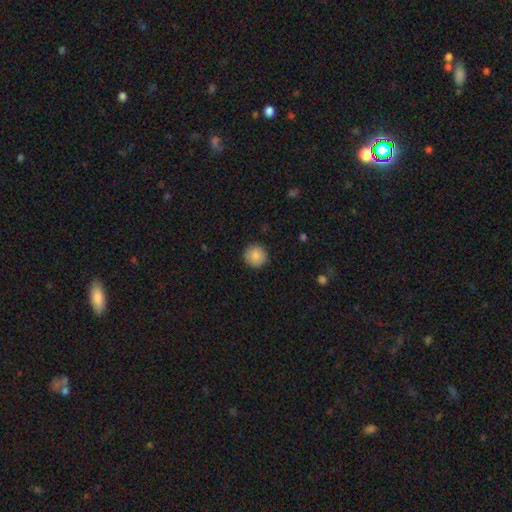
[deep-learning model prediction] smooth-or-featured: smooth: 87% | star or artifact: 8% | featured or disk: 5%
  how-rounded: round: 95% | in between: 5% | cigar-shaped: 1%
  merging: none: 91% | minor disturbance: 6% | major disturbance: 2% | merger: 1%